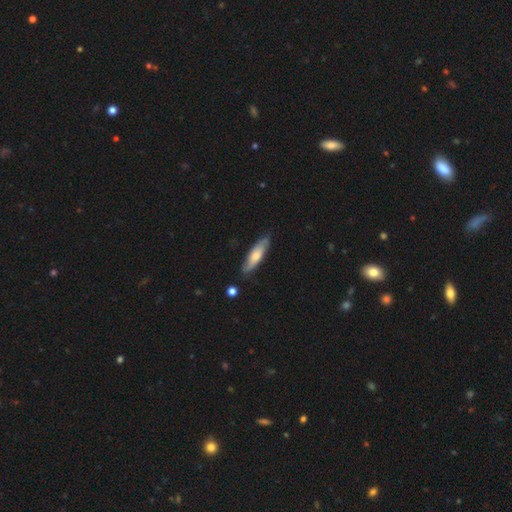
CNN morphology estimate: This appears to be a smooth galaxy with no disk features (57%) that is cigar-shaped (64%). Merging: none (79%).